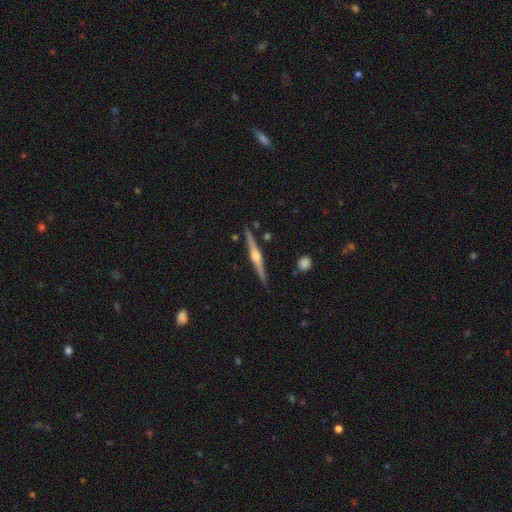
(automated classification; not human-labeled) This is clearly a featured or disk galaxy (83%). It is clearly viewed edge-on (99%). Edge-on bulge: clearly rounded (91%). Merging: clearly none (91%).